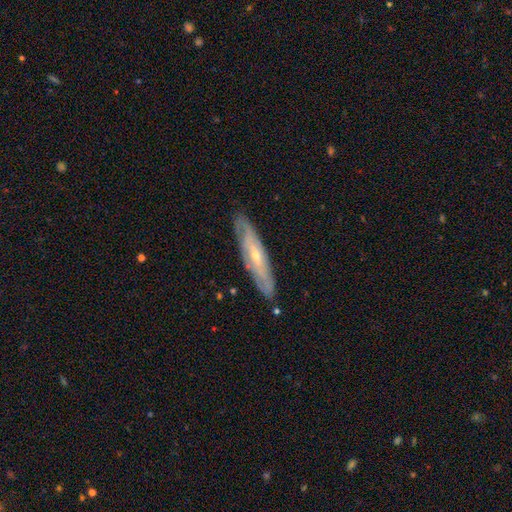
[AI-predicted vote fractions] Smooth or featured? featured or disk (70%)
Edge-on disk? no (55%)
Merging? none (83%)